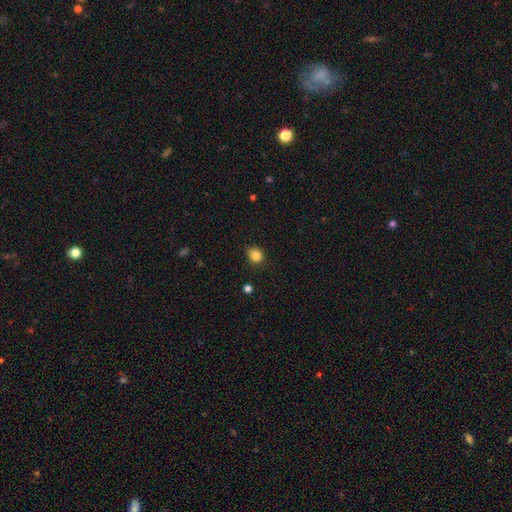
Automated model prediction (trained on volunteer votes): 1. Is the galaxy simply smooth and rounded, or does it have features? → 84% smooth, 12% star or artifact, 4% featured or disk.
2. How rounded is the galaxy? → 74% round, 25% in between, 1% cigar-shaped.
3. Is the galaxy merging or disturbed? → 84% none, 12% minor disturbance, 3% major disturbance, 1% merger.